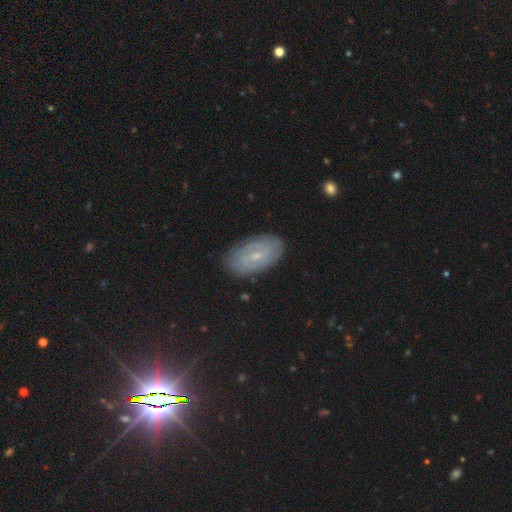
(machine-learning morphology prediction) The model was most divided on "bar": no: 49%, weak: 41%, strong: 10%. More confident: edge-on disk — no (92%); merging — none (84%); bulge size — small (76%); spiral arms — yes (75%); smooth or featured — featured or disk (58%).